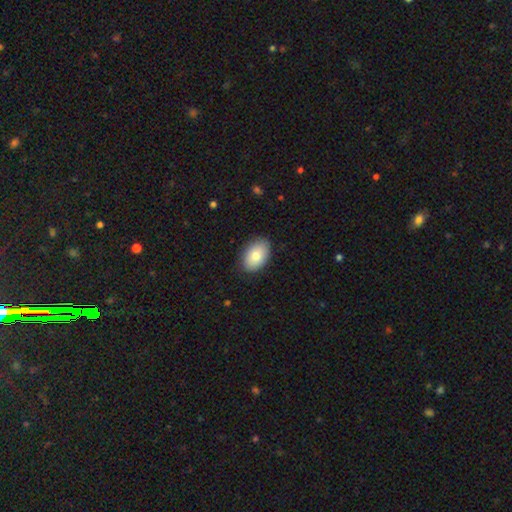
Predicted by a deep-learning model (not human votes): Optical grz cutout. It shows a smooth galaxy with no disk features (81%) that is in between round and cigar-shaped (89%). Merging: none (86%).